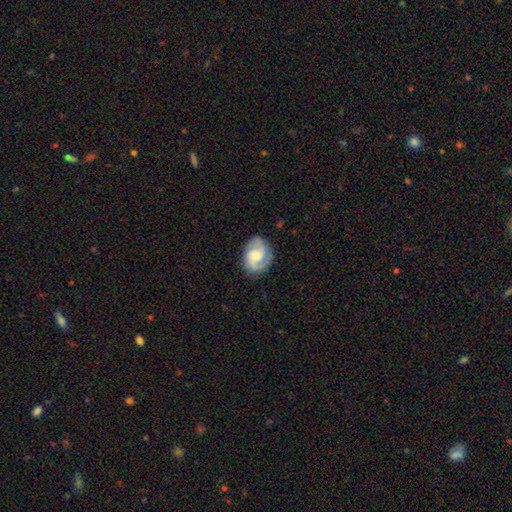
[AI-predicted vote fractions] This is clearly a featured or disk galaxy (81%). It is clearly not viewed edge-on (98%). Bar: possibly no (51%). Spiral arm pattern: clearly yes (97%). Spiral arm count: clearly 2 (84%). Spiral winding: possibly medium (53%). Central bulge: possibly moderate (45%). Merging: clearly none (80%).